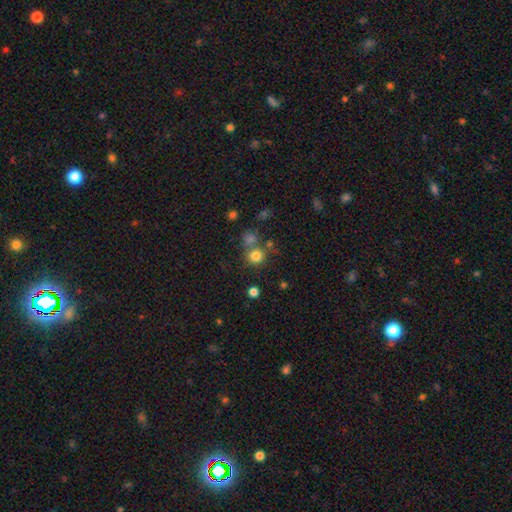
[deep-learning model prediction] Smooth or featured? Predicted: smooth (p=0.79). How rounded? Predicted: round (p=0.89). Merging? Predicted: none (p=0.65).